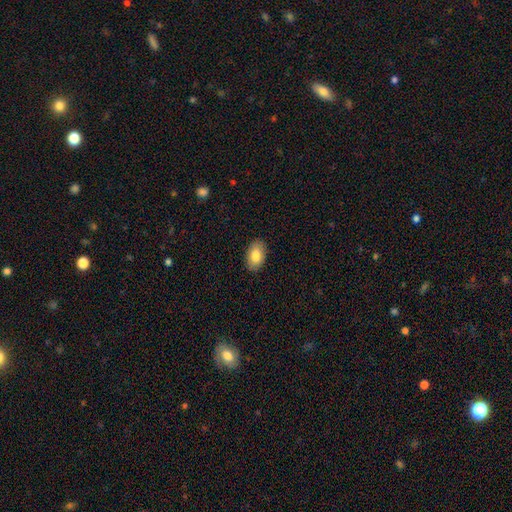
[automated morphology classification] smooth-or-featured: smooth: 82% | featured or disk: 11% | star or artifact: 6%
  how-rounded: in between: 93% | round: 5% | cigar-shaped: 1%
  merging: none: 88% | minor disturbance: 9% | major disturbance: 2% | merger: 1%